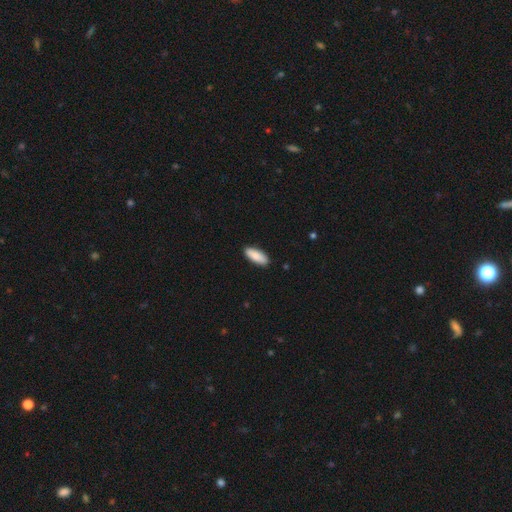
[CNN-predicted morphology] This appears to be a smooth galaxy with no disk features (86%) that is in between round and cigar-shaped (72%). Merging: none (89%).